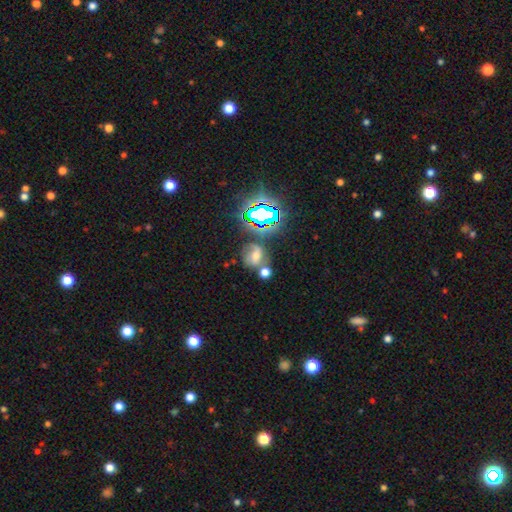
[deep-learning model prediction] smooth 36%, star or artifact 35%, featured or disk 28%. Down the decision tree: merging — none (49%).